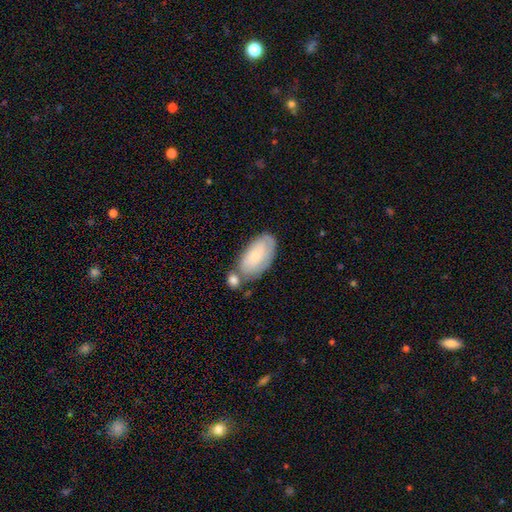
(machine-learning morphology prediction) The model was most divided on "smooth or featured": smooth: 53%, featured or disk: 40%, star or artifact: 7%. More confident: how rounded — in between (92%); merging — none (51%).